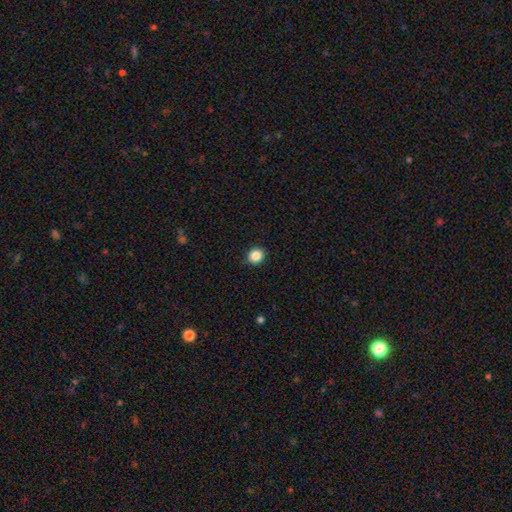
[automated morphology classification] The model was most divided on "how rounded": round: 80%, in between: 20%, cigar-shaped: 1%. More confident: merging — none (91%); smooth or featured — smooth (86%).